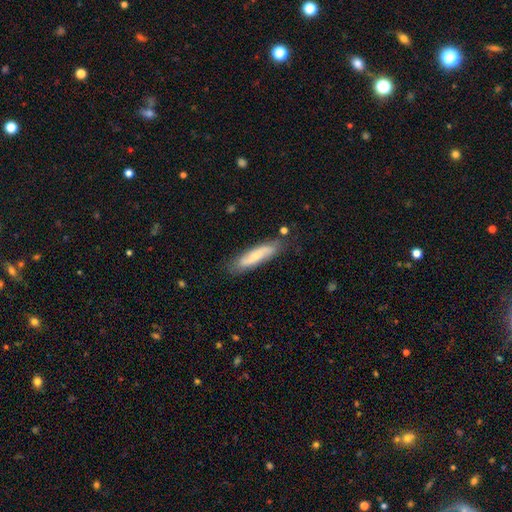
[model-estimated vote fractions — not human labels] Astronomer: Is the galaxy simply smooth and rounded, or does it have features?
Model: smooth — 55% (runner-up: featured or disk, 38%).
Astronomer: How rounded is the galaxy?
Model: cigar-shaped — 75%.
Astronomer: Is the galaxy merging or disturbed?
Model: none — 77%.